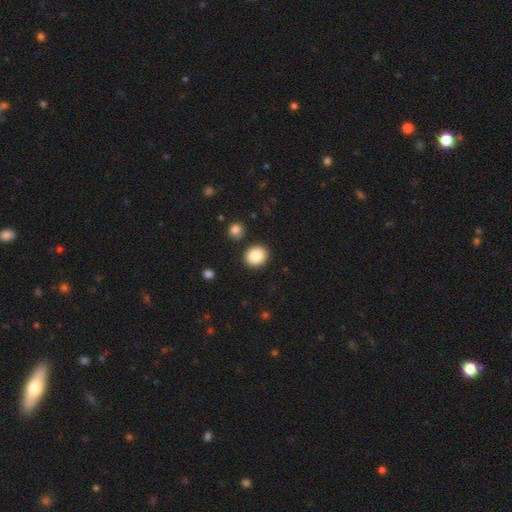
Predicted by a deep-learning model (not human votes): The model was most divided on "how rounded": round: 75%, in between: 24%, cigar-shaped: 1%. More confident: merging — none (88%); smooth or featured — smooth (86%).